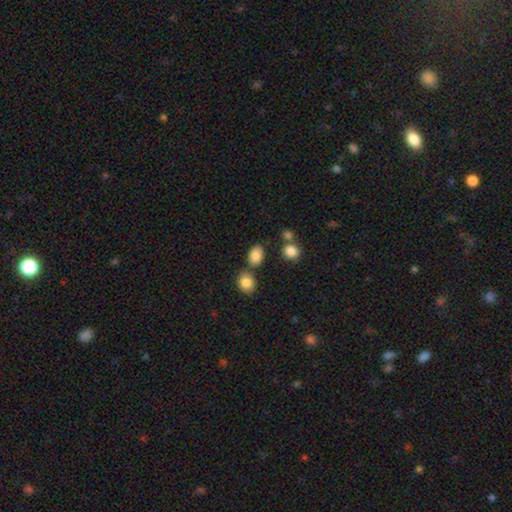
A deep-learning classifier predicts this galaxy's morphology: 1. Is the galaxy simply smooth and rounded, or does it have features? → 85% smooth, 10% star or artifact, 5% featured or disk.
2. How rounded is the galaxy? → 76% in between, 23% round, 1% cigar-shaped.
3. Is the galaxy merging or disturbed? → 70% none, 14% merger, 13% minor disturbance, 4% major disturbance.